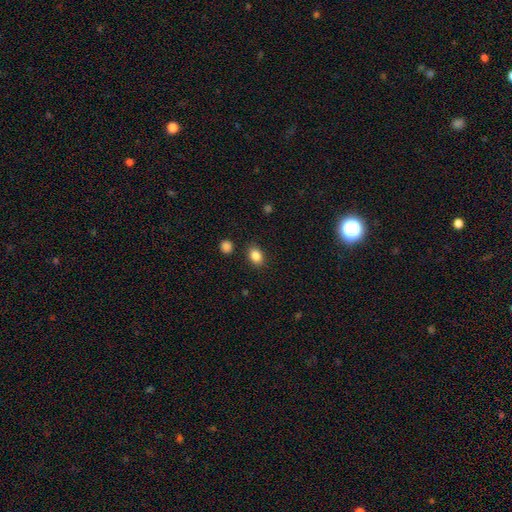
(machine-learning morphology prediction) Overall: smooth (86%). How rounded: in between (69%; round 30%). Merging: none (85%).